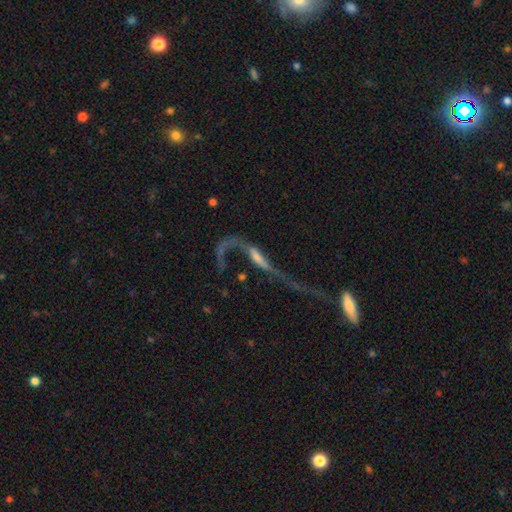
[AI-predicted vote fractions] Smooth or featured? Predicted: featured or disk (p=0.69). Edge-on disk? Predicted: no (p=0.75). Bar? Predicted: no (p=0.46). Spiral arms? Predicted: yes (p=0.63). Bulge size? Predicted: none (p=0.37). Merging? Predicted: major disturbance (p=0.53).